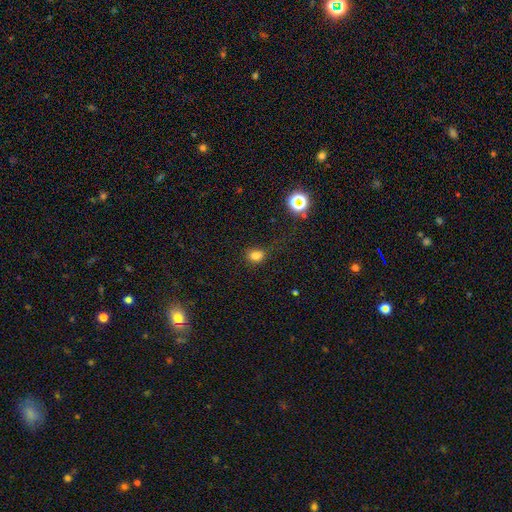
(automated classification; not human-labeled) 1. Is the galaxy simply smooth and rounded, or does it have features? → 77% smooth, 16% star or artifact, 6% featured or disk.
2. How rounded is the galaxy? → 51% round, 48% in between, 1% cigar-shaped.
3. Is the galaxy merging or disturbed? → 61% none, 24% minor disturbance, 9% major disturbance, 6% merger.